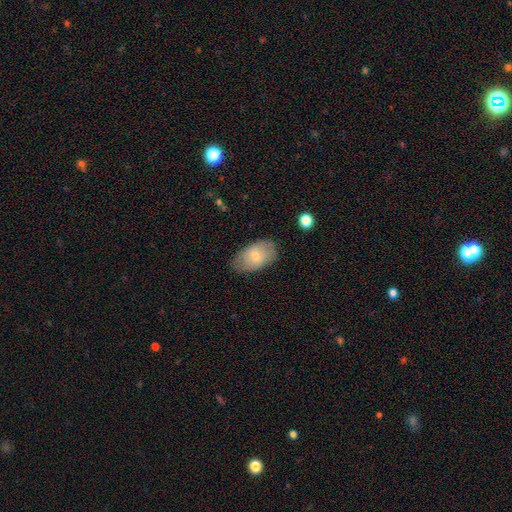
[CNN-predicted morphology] This is likely a smooth galaxy (69%). How rounded: clearly in between (92%). Merging: likely none (75%).